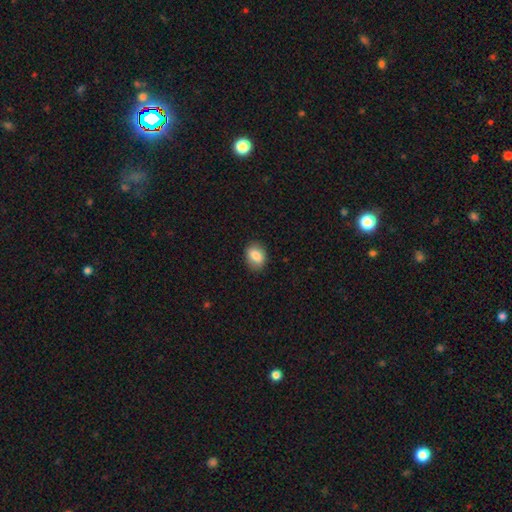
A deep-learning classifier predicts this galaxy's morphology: Overall: smooth (83%). How rounded: in between (65%; round 33%). Merging: none (86%).